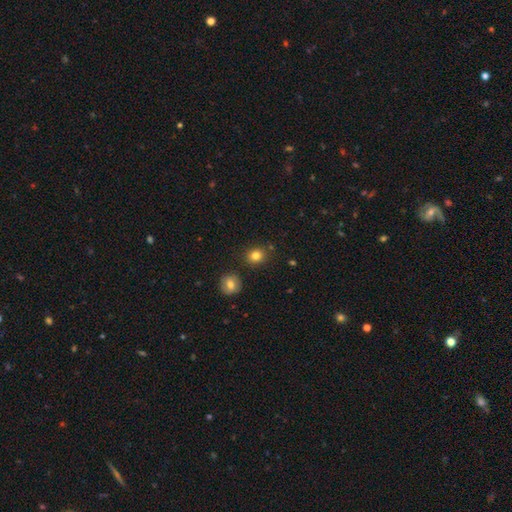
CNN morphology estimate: The model was most divided on "how rounded": round: 73%, in between: 26%, cigar-shaped: 1%. More confident: merging — none (83%); smooth or featured — smooth (82%).